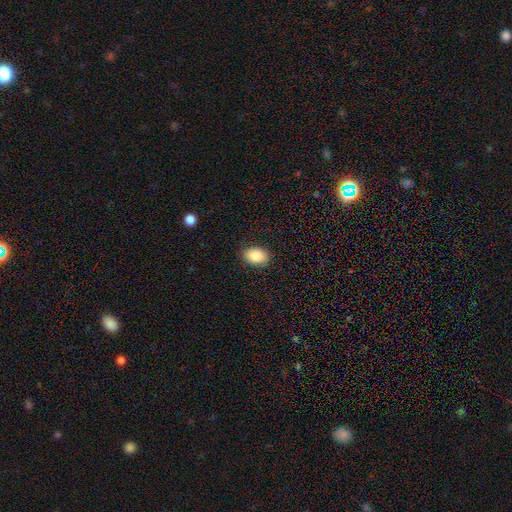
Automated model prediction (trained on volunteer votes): Smooth or featured: smooth — 84% (featured or disk — 8%)
How rounded: in between — 78% (round — 21%)
Merging: none — 87% (minor disturbance — 10%)